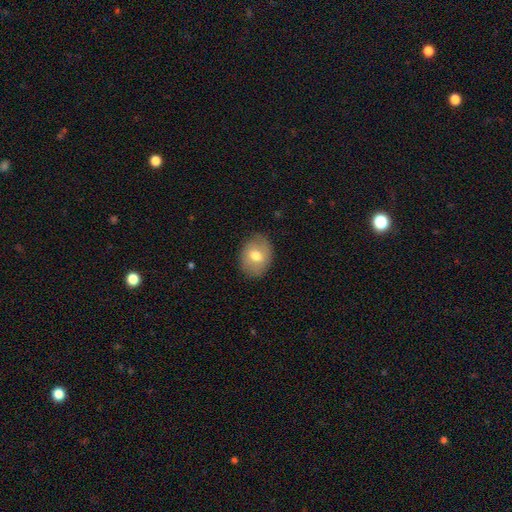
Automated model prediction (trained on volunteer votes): smooth_or_featured: smooth (p=0.69) [alt: featured or disk p=0.24]
how_rounded: in between (p=0.60) [alt: round p=0.39]
merging: none (p=0.80) [alt: minor disturbance p=0.15]